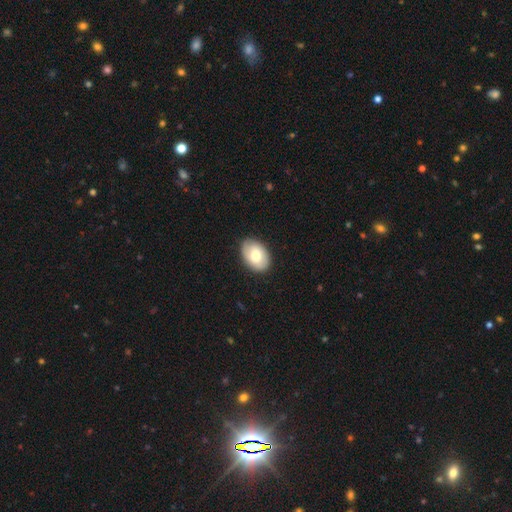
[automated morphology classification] This appears to be a smooth galaxy with no disk features (71%) that is in between round and cigar-shaped (85%). Merging: none (85%).